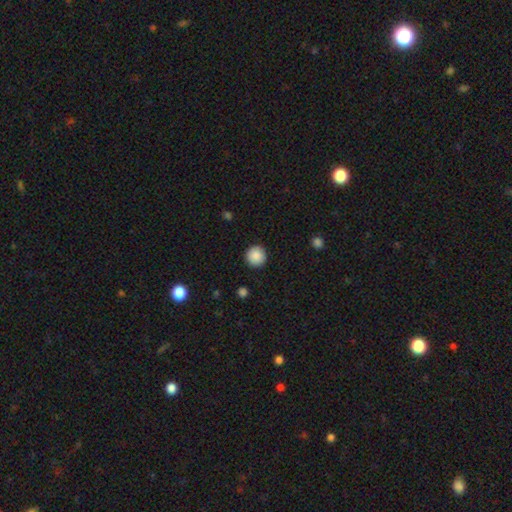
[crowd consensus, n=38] Overall: smooth (92%). How rounded: round (94%). Merging: none (94%).